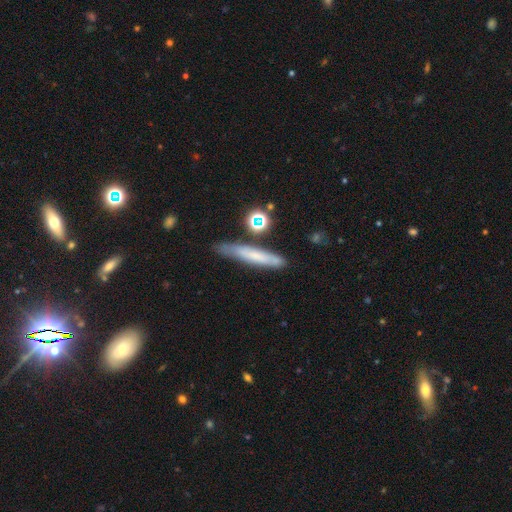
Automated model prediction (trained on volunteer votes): Morphology: type=smooth (56%); roundness=cigar-shaped (90%); merging=none (69%).